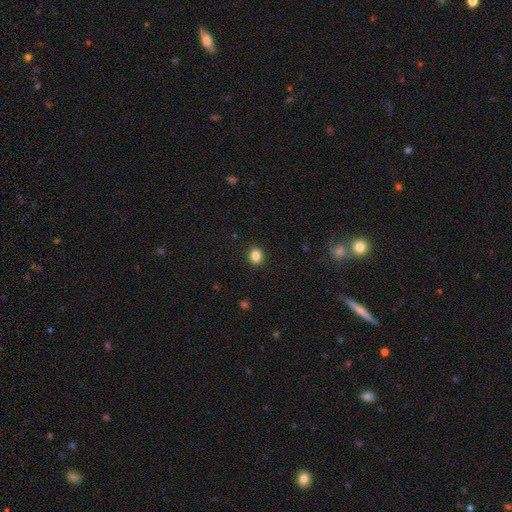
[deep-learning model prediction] Q: Smooth or featured?
A: smooth (85%); runner-up: star or artifact (10%)
Q: How rounded?
A: round (50%); runner-up: in between (49%)
Q: Merging?
A: none (91%); runner-up: minor disturbance (6%)